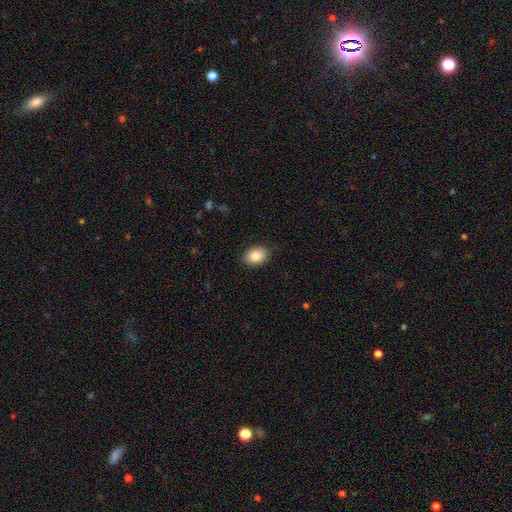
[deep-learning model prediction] Morphology: type=smooth (87%); roundness=in between (80%); merging=none (89%).